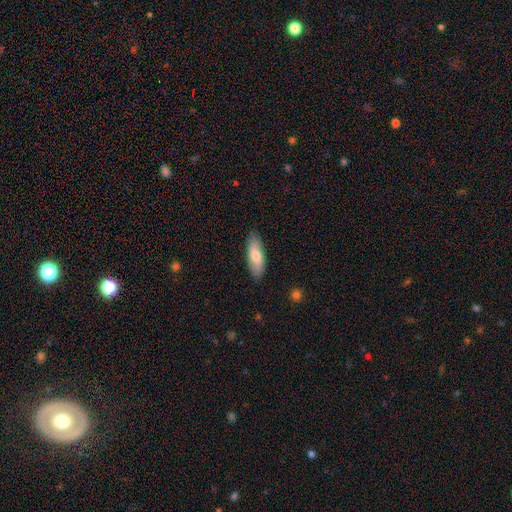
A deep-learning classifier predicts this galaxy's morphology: Smooth or featured? Predicted: smooth (p=0.73). How rounded? Predicted: in between (p=0.65). Merging? Predicted: none (p=0.86).